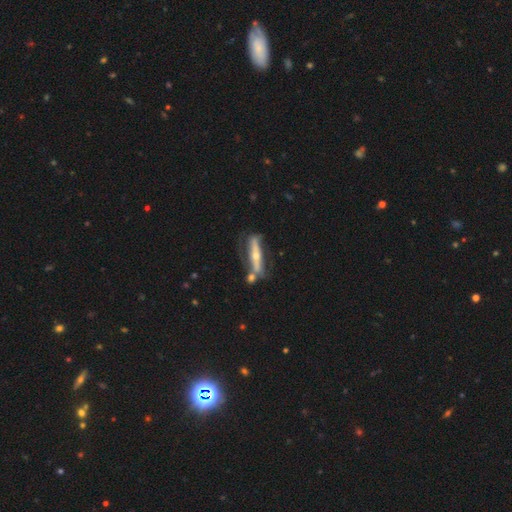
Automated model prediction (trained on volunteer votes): Smooth or featured: featured or disk — 70% (smooth — 24%)
Edge-on disk: yes — 74% (no — 26%)
Edge-on bulge: rounded — 88% (none — 9%)
Merging: none — 54% (minor disturbance — 20%)